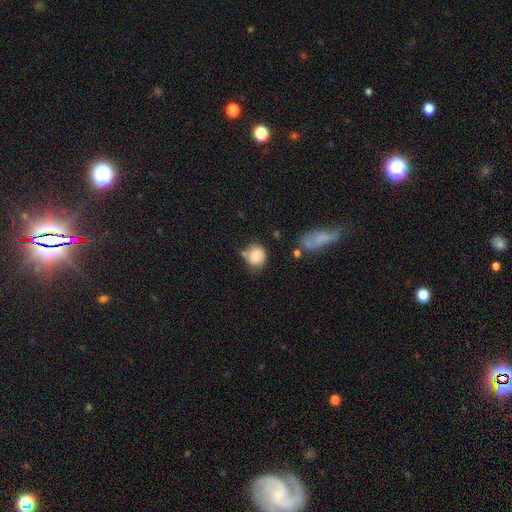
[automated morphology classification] The model was most divided on "merging": none: 54%, minor disturbance: 26%, merger: 12%, major disturbance: 8%. More confident: smooth or featured — smooth (80%); how rounded — round (73%).